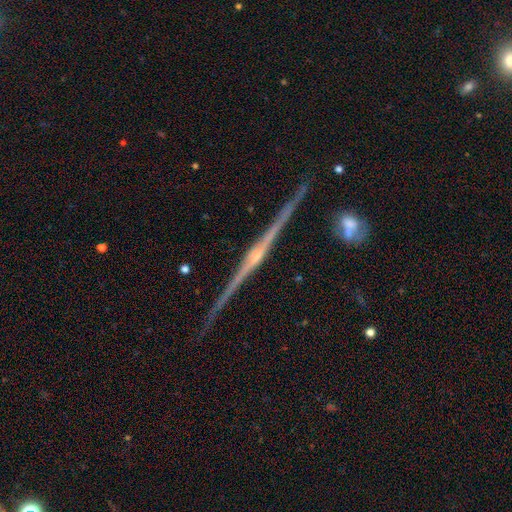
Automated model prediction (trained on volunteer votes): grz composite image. It shows a featured or disk galaxy (90%) viewed edge-on (99%) with a rounded central bulge (80%). Merging: none (89%).